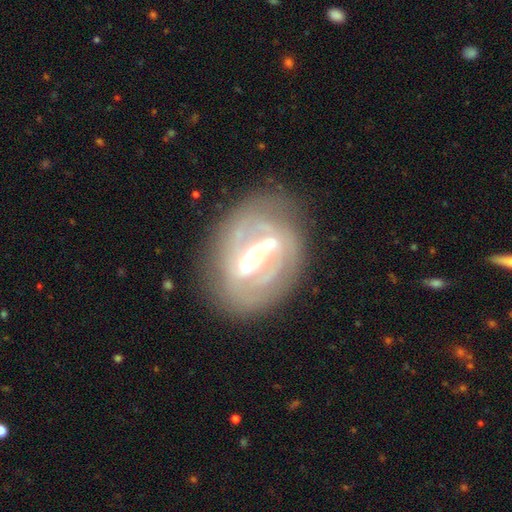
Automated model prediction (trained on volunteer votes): Smooth or featured? featured or disk (82%)
Edge-on disk? no (93%)
Bar? strong (64%)
Spiral arms? yes (67%)
Spiral winding? tight (58%)
Spiral arm count? 2 (52%)
Bulge size? moderate (58%)
Merging? none (71%)